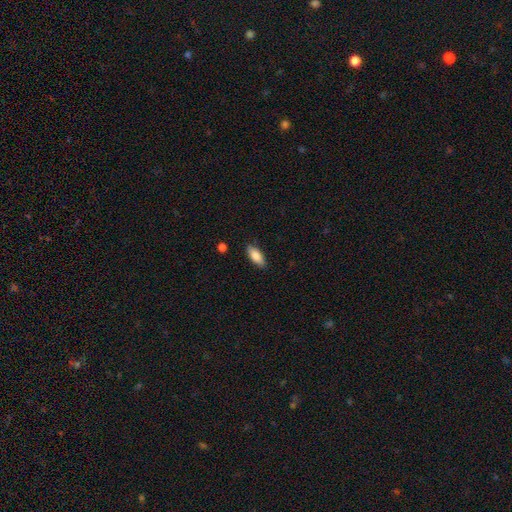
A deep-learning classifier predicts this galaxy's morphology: smooth_or_featured: smooth (p=0.83) [alt: featured or disk p=0.11]
how_rounded: in between (p=0.80) [alt: cigar-shaped p=0.17]
merging: none (p=0.85) [alt: minor disturbance p=0.12]